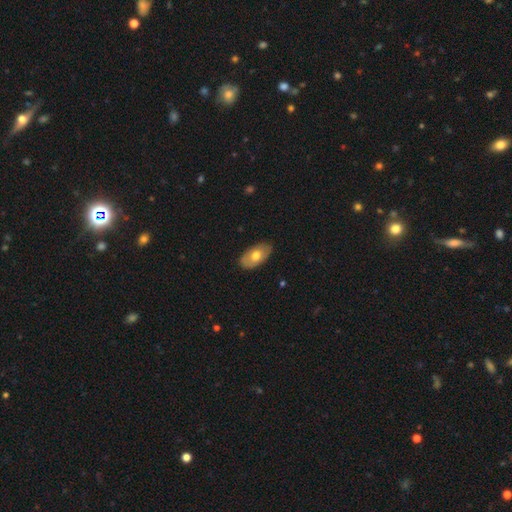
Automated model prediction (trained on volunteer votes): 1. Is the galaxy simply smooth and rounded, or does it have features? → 63% smooth, 32% featured or disk, 5% star or artifact.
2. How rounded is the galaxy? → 94% in between, 5% round, 2% cigar-shaped.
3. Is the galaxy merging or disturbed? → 84% none, 13% minor disturbance, 2% major disturbance, 1% merger.